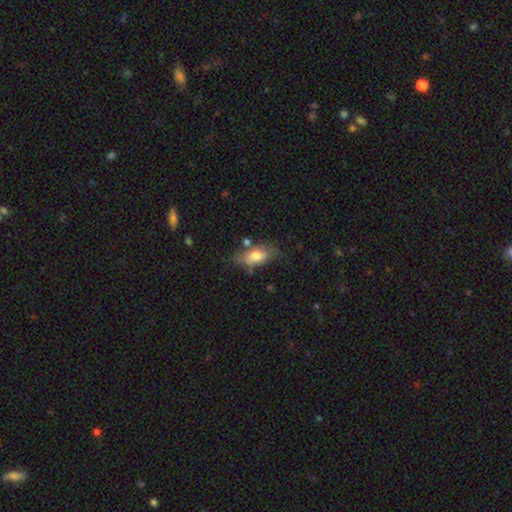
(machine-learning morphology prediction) Smooth or featured? Predicted: smooth (p=0.75). How rounded? Predicted: in between (p=0.88). Merging? Predicted: none (p=0.59).